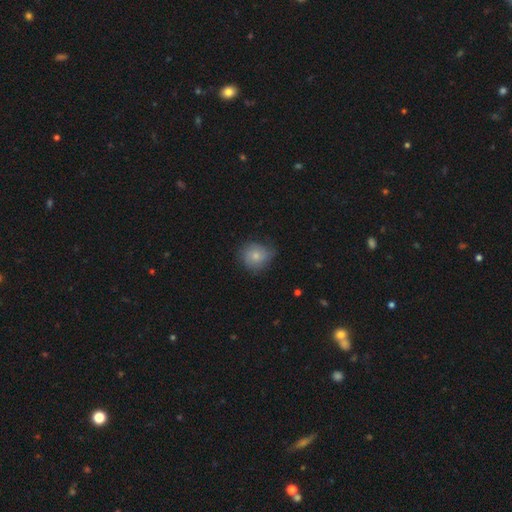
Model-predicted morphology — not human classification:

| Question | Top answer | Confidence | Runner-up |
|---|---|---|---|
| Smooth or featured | smooth | 71% | featured or disk (21%) |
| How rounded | round | 82% | in between (17%) |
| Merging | none | 64% | minor disturbance (28%) |